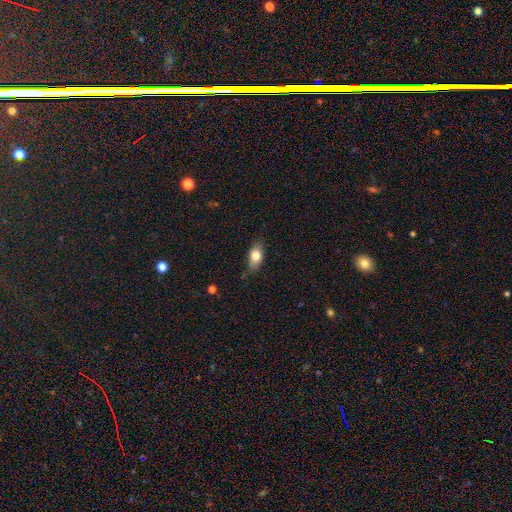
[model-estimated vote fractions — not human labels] smooth_or_featured: smooth (p=0.76) [alt: featured or disk p=0.16]
how_rounded: in between (p=0.83) [alt: round p=0.09]
merging: none (p=0.76) [alt: minor disturbance p=0.19]